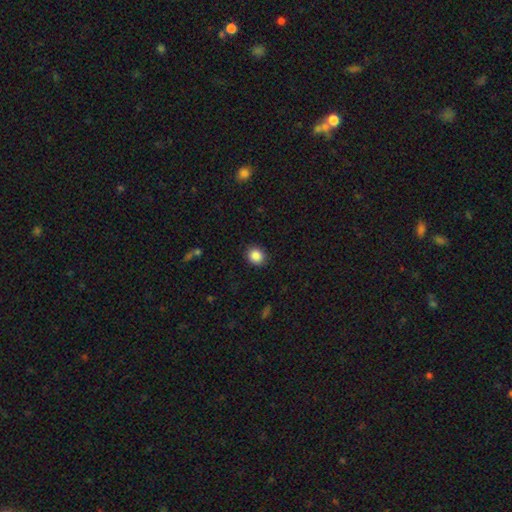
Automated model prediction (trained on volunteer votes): smooth-or-featured: smooth: 86% | star or artifact: 9% | featured or disk: 4%
  how-rounded: round: 78% | in between: 21% | cigar-shaped: 1%
  merging: none: 90% | minor disturbance: 7% | major disturbance: 2% | merger: 1%